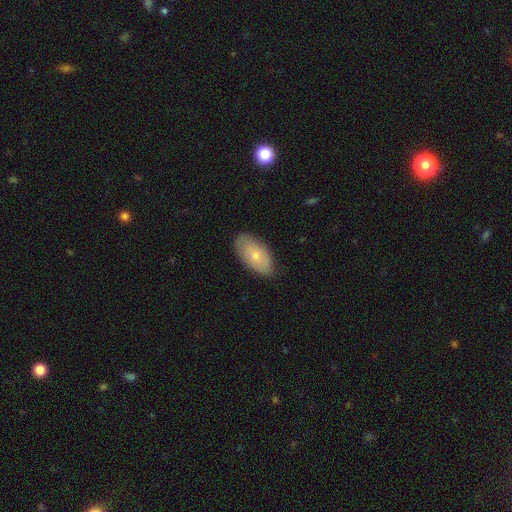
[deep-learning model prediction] smooth-or-featured: smooth: 66% | featured or disk: 28% | star or artifact: 6%
  how-rounded: in between: 94% | round: 4% | cigar-shaped: 3%
  merging: none: 80% | minor disturbance: 17% | major disturbance: 3% | merger: 1%